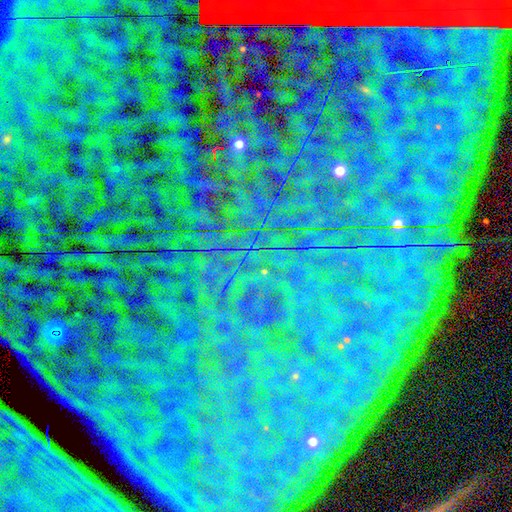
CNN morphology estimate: Smooth or featured?
  - star or artifact: 86% *
  - smooth: 8%
  - featured or disk: 7%